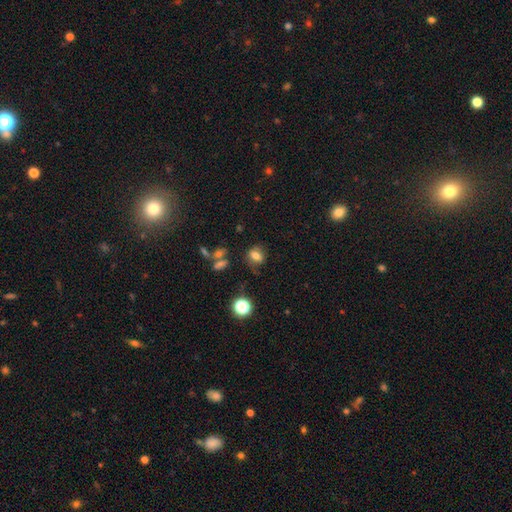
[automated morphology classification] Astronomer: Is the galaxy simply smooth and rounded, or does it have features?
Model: smooth — 73%.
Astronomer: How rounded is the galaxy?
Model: in between — 51% (runner-up: round, 48%).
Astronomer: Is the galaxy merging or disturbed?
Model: none — 71%.